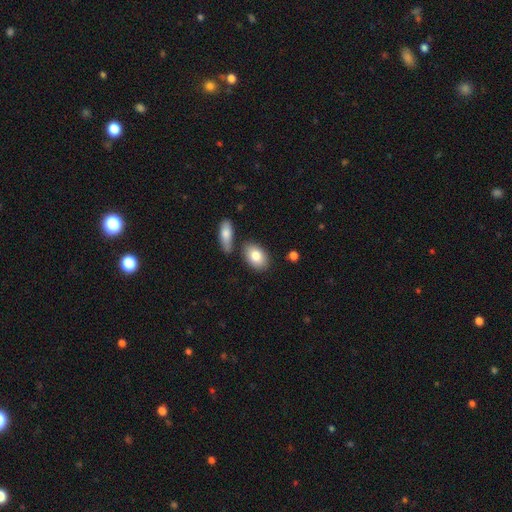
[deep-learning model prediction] The model was most divided on "merging": none: 73%, merger: 12%, minor disturbance: 12%, major disturbance: 3%. More confident: how rounded — in between (88%); smooth or featured — smooth (81%).